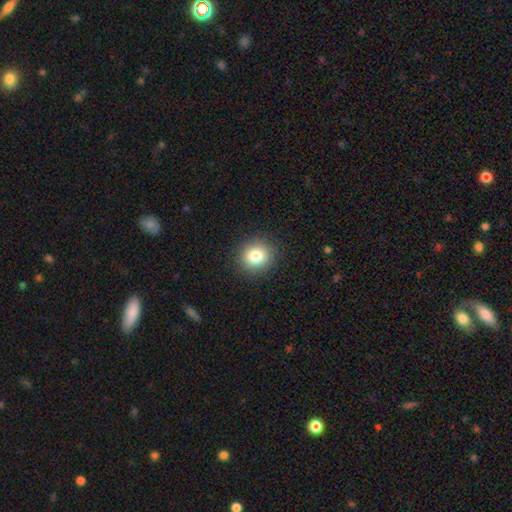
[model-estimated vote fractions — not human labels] smooth_or_featured: smooth (p=0.80) [alt: star or artifact p=0.11]
how_rounded: round (p=0.86) [alt: in between p=0.13]
merging: none (p=0.90) [alt: minor disturbance p=0.07]